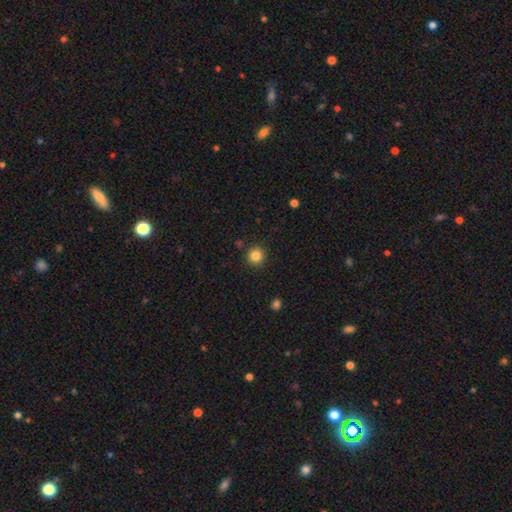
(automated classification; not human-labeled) smooth_or_featured: smooth (p=0.84) [alt: star or artifact p=0.11]
how_rounded: round (p=0.94) [alt: in between p=0.05]
merging: none (p=0.90) [alt: minor disturbance p=0.06]